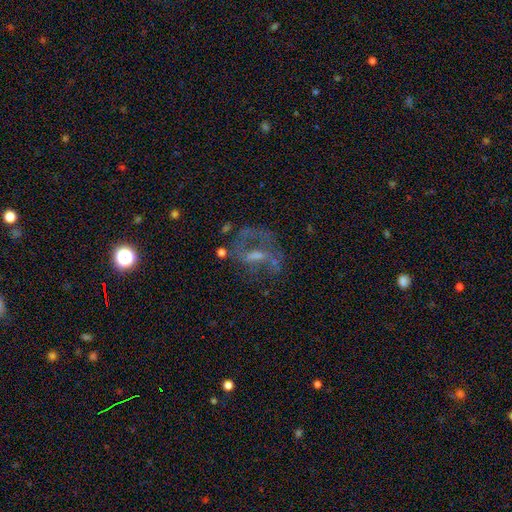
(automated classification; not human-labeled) A featured or disk galaxy (70%) with a weak bar (43%), spiral arms (64%) and a small central bulge (37%).

Vote fractions:
- Smooth or featured? featured or disk: 70% / smooth: 16% / star or artifact: 14%
- Edge-on disk? no: 95% / yes: 5%
- Bar? weak: 43% / no: 31% / strong: 26%
- Spiral arms? yes: 64% / no: 36%
- Bulge size? small: 37% / moderate: 30% / none: 27% / large: 5% / dominant: 1%
- Merging? none: 45% / major disturbance: 31% / minor disturbance: 17% / merger: 6%